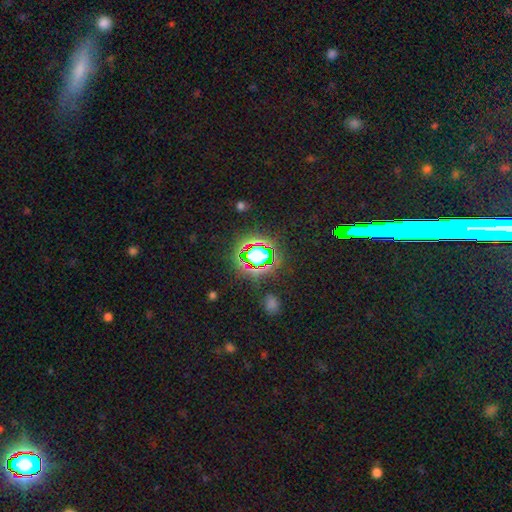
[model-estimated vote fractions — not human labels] Smooth or featured? Predicted: star or artifact (p=0.70).